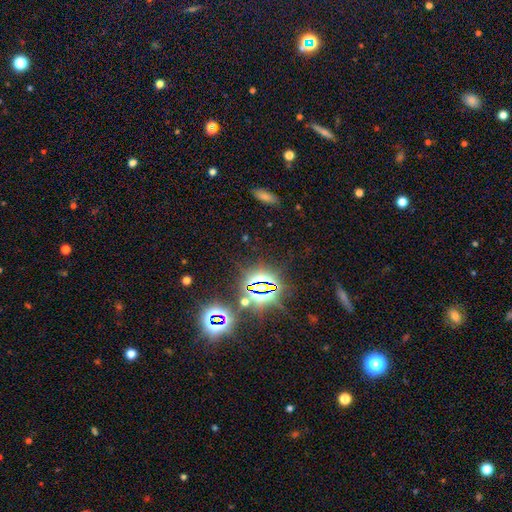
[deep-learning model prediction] Q: Smooth or featured?
A: star or artifact (76%); runner-up: smooth (14%)